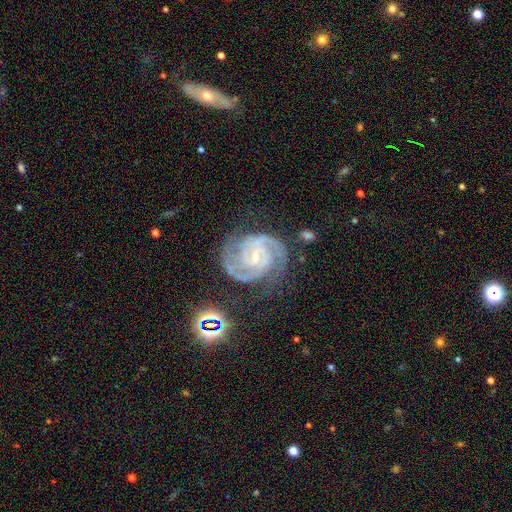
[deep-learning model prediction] Overall: featured or disk (91%). Edge-on disk: no (98%). Bar: weak (44%; no 39%). Spiral arms: yes (99%). Spiral arm count: 2 (62%). Spiral winding: tight (62%; medium 34%). Bulge size: small (78%). Merging: none (70%).